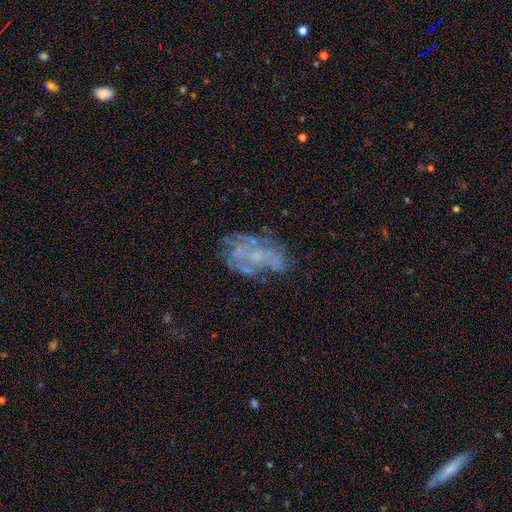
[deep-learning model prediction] Morphology: type=featured or disk (65%); edge-on=no (97%); bar=no (83%); spiral arms=no (68%); bulge=none (47%); merging=none (52%).